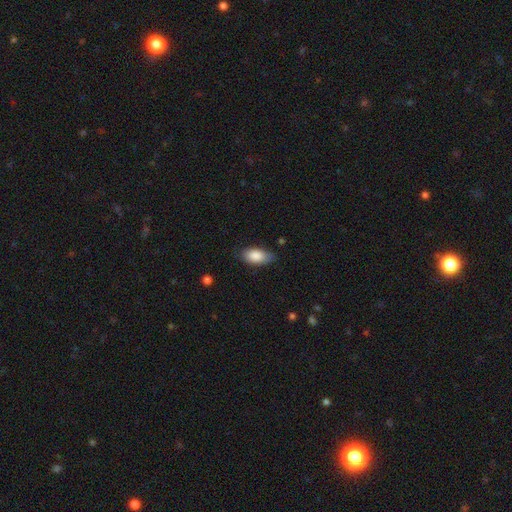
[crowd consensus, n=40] This appears to be a smooth galaxy with no disk features (98%) that is in between round and cigar-shaped (95%). Merging: none (80%).